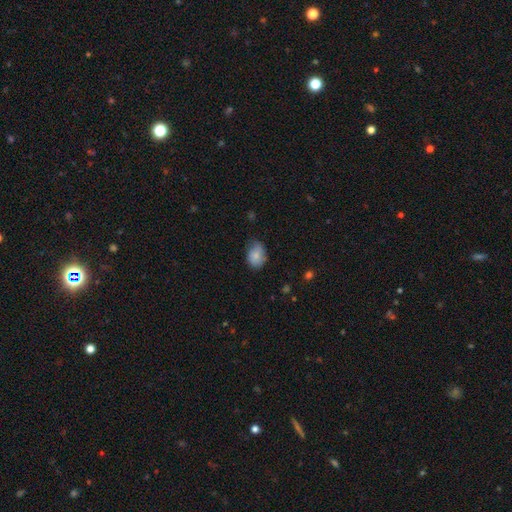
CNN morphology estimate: smooth-or-featured: smooth: 82% | featured or disk: 11% | star or artifact: 8%
  how-rounded: in between: 70% | round: 29% | cigar-shaped: 1%
  merging: none: 61% | minor disturbance: 32% | major disturbance: 6% | merger: 1%